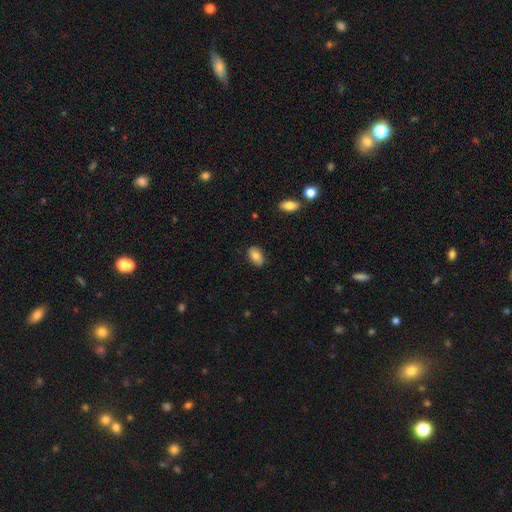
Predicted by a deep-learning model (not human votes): This is clearly a smooth galaxy (80%). How rounded: clearly in between (89%). Merging: clearly none (85%).